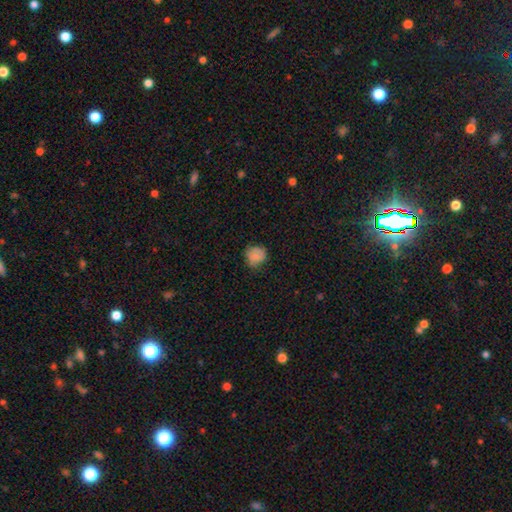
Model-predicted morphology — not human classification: A smooth galaxy with no disk features (79%) that is round (78%). Merging: none (65%).